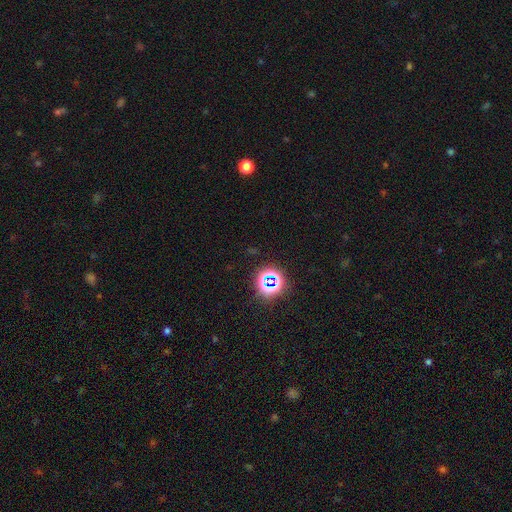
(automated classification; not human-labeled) Overall: star or artifact (75%).